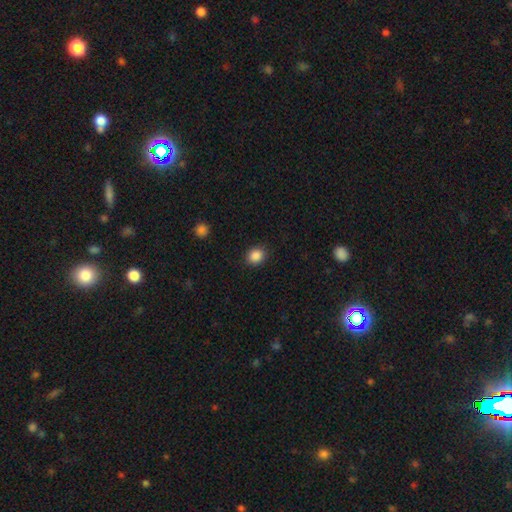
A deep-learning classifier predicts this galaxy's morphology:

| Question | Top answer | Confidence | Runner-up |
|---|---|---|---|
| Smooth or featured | smooth | 87% | star or artifact (10%) |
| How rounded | round | 73% | in between (26%) |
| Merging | none | 88% | minor disturbance (8%) |